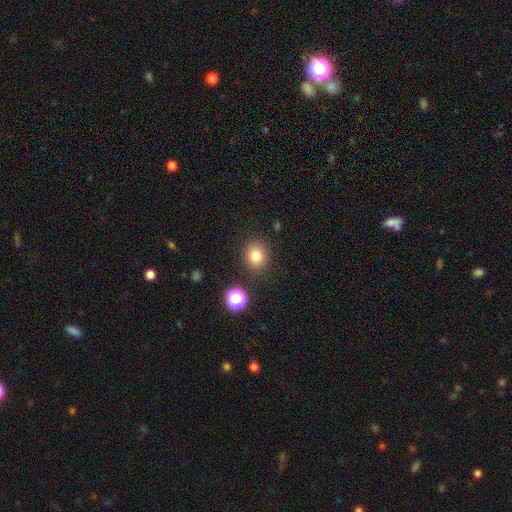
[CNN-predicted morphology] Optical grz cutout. It shows a smooth galaxy with no disk features (81%) that is round (75%). Merging: none (86%).